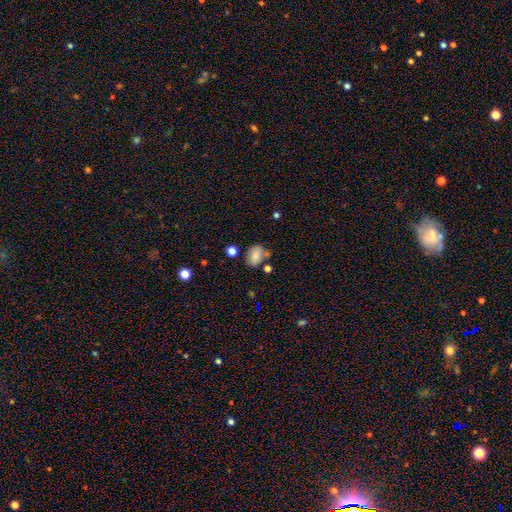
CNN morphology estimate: Q: Smooth or featured?
A: smooth (78%); runner-up: featured or disk (12%)
Q: How rounded?
A: in between (75%); runner-up: round (24%)
Q: Merging?
A: none (61%); runner-up: minor disturbance (22%)